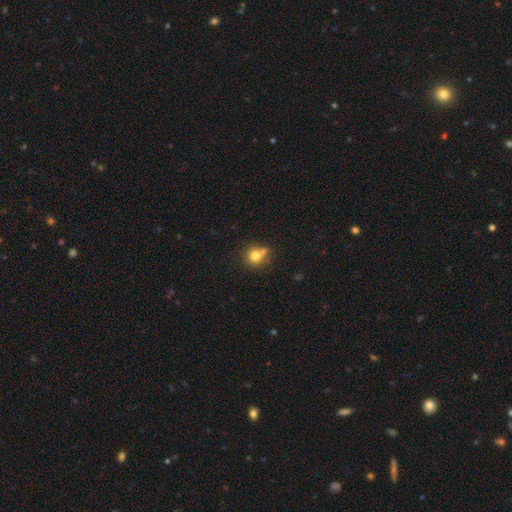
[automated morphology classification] A smooth galaxy with no disk features (77%) that is round (82%). Merging: none (52%).